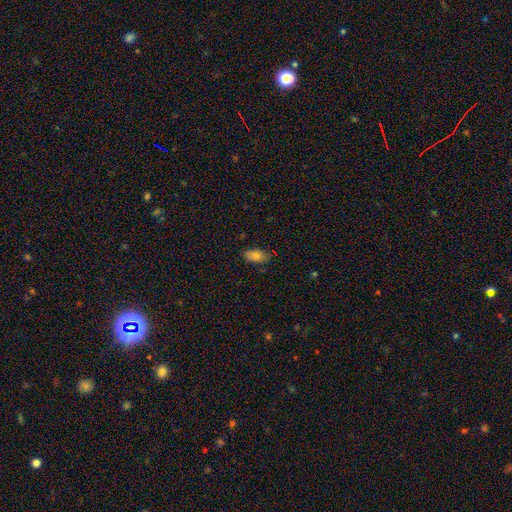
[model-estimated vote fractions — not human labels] Smooth or featured: smooth — 79% (featured or disk — 12%)
How rounded: in between — 91% (round — 5%)
Merging: none — 82% (minor disturbance — 14%)